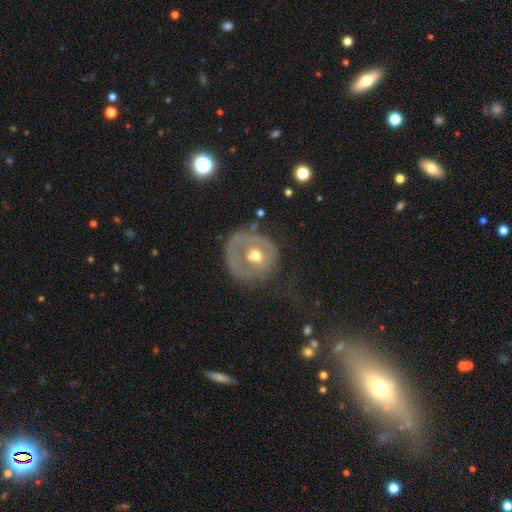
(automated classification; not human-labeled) Smooth or featured? Predicted: featured or disk (p=0.56). Edge-on disk? Predicted: no (p=0.97). Bar? Predicted: no (p=0.84). Spiral arms? Predicted: no (p=0.76). Bulge size? Predicted: moderate (p=0.73). Merging? Predicted: none (p=0.38).